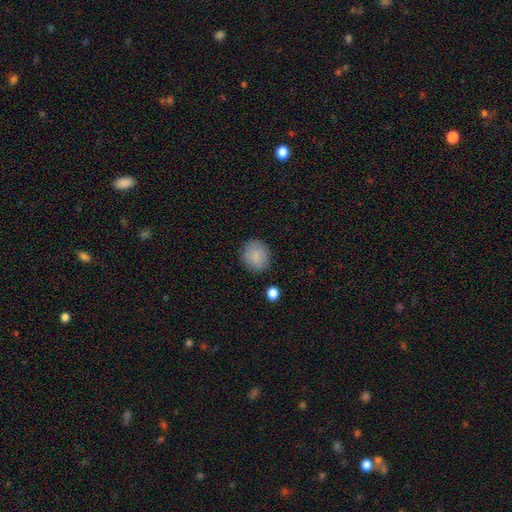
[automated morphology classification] type=smooth (87%); roundness=round (75%); merging=none (84%).